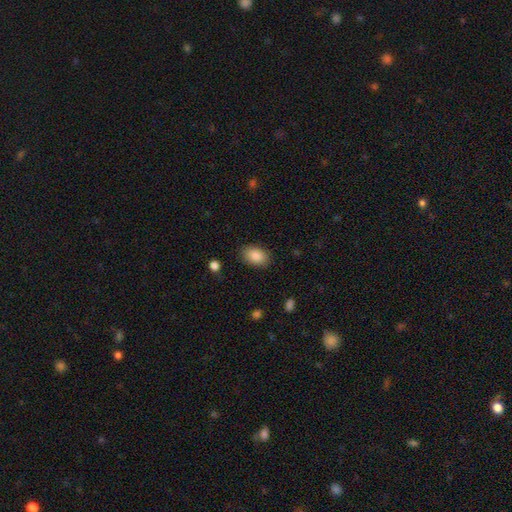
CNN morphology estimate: Smooth or featured: smooth — 88% (star or artifact — 7%)
How rounded: in between — 86% (round — 12%)
Merging: none — 85% (minor disturbance — 11%)